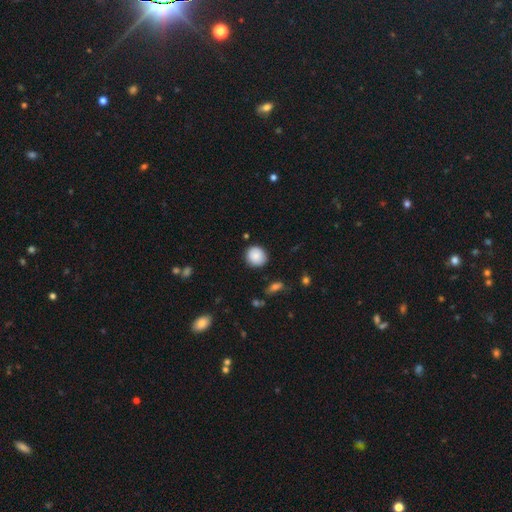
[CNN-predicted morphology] Smooth or featured?
  - smooth: 87% *
  - star or artifact: 8%
  - featured or disk: 5%
How rounded?
  - round: 86% *
  - in between: 13%
  - cigar-shaped: 1%
Merging?
  - none: 87% *
  - minor disturbance: 9%
  - major disturbance: 2%
  - merger: 1%